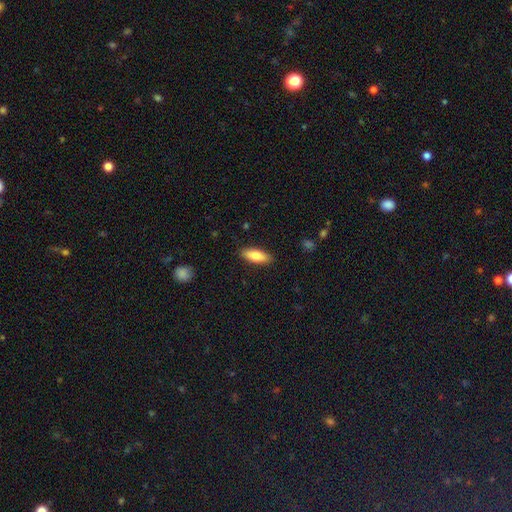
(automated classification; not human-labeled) Smooth or featured? smooth (80%)
How rounded? in between (69%)
Merging? none (88%)